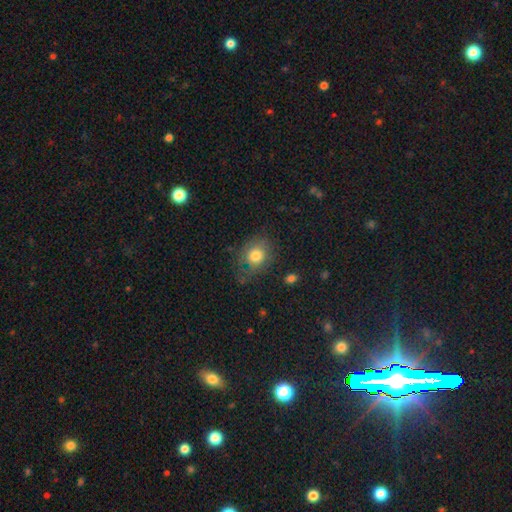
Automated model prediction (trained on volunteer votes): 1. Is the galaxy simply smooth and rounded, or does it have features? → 76% smooth, 14% featured or disk, 9% star or artifact.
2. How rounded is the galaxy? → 52% round, 46% in between, 1% cigar-shaped.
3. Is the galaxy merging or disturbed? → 62% none, 24% minor disturbance, 12% major disturbance, 2% merger.